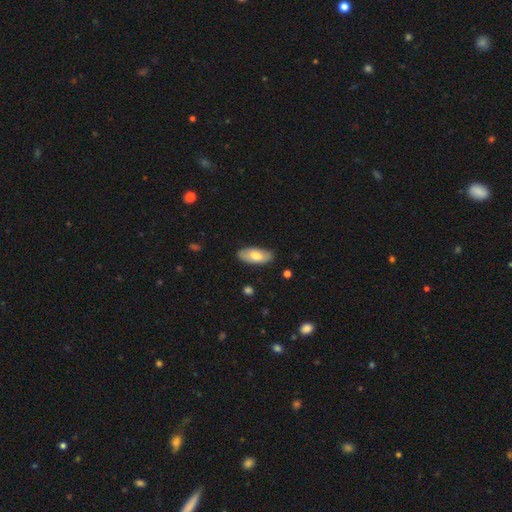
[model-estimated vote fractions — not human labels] Smooth or featured? Predicted: smooth (p=0.71). How rounded? Predicted: in between (p=0.91). Merging? Predicted: none (p=0.85).